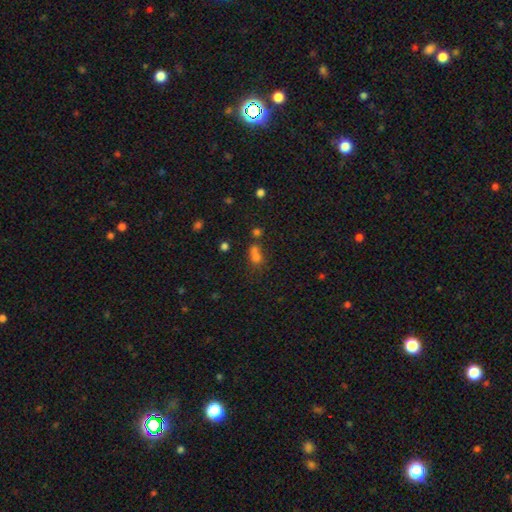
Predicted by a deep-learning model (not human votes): The model was most divided on "merging": merger: 53%, none: 33%, minor disturbance: 9%, major disturbance: 5%. More confident: how rounded — round (65%); smooth or featured — smooth (64%).